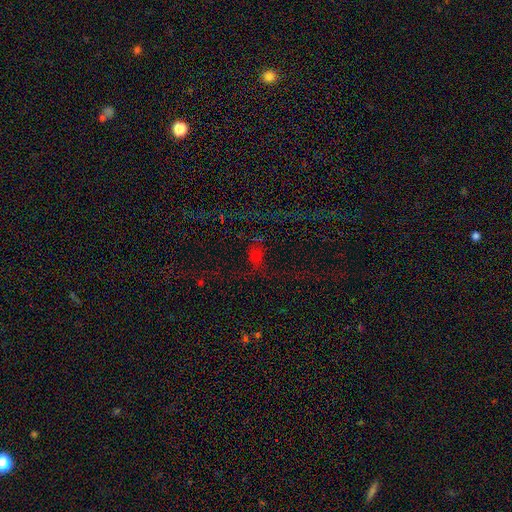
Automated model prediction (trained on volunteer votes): Smooth or featured? Predicted: star or artifact (p=0.56).